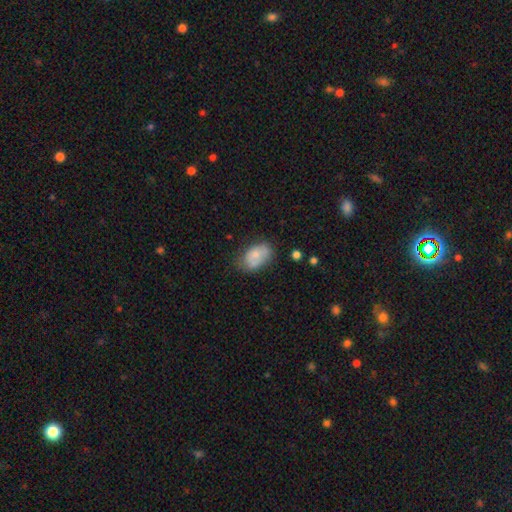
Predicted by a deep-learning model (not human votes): Morphology: type=smooth (68%); roundness=in between (89%); merging=none (55%).